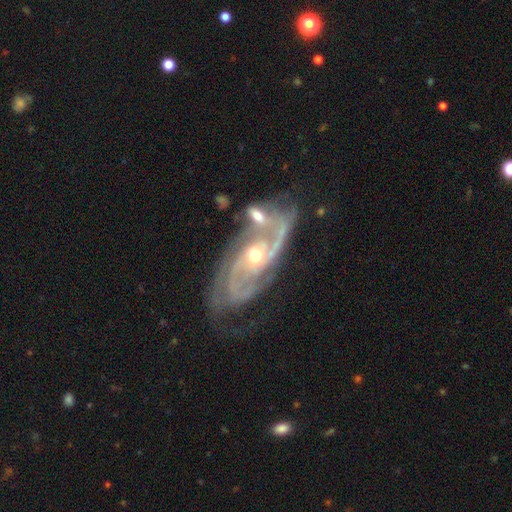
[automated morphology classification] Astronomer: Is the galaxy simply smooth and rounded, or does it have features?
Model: featured or disk — 90%.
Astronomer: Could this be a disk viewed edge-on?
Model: no — 95%.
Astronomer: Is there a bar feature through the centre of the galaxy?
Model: no — 66%.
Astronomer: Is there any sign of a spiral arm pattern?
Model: yes — 95%.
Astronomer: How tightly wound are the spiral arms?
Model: tight — 47% (runner-up: medium, 39%).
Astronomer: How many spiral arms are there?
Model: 2 — 54%.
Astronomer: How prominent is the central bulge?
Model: moderate — 68%.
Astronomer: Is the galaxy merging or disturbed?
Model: none — 37% (runner-up: merger, 28%).